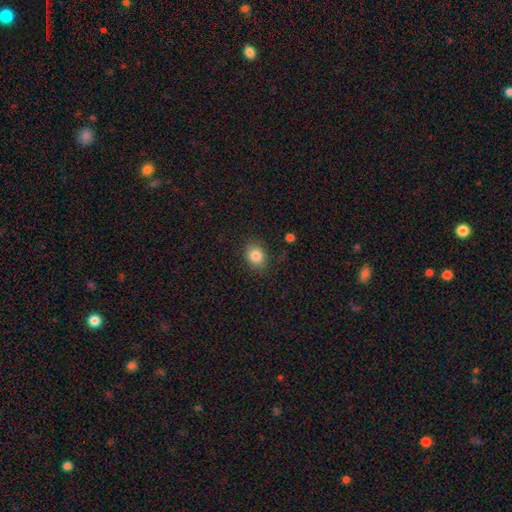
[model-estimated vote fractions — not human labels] Smooth or featured? smooth (84%)
How rounded? round (52%)
Merging? none (80%)